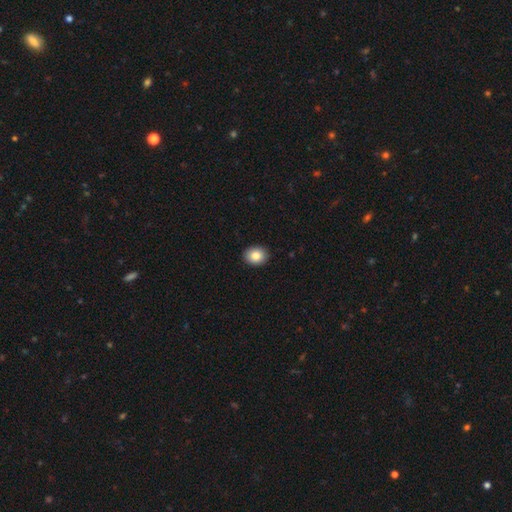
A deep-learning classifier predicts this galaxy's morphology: Smooth or featured? smooth (85%)
How rounded? round (54%)
Merging? none (92%)